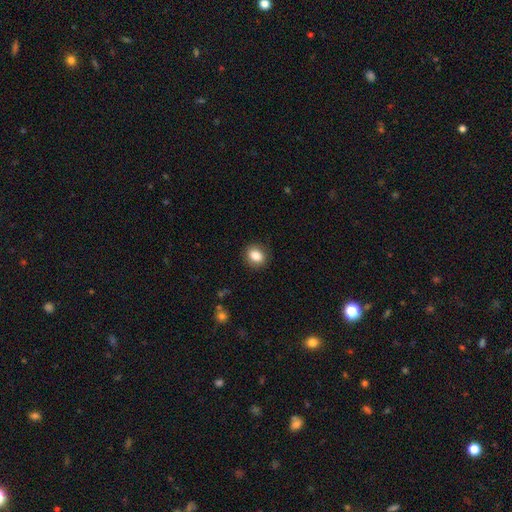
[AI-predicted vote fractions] Q: Smooth or featured?
A: smooth (84%); runner-up: star or artifact (9%)
Q: How rounded?
A: round (61%); runner-up: in between (38%)
Q: Merging?
A: none (89%); runner-up: minor disturbance (8%)